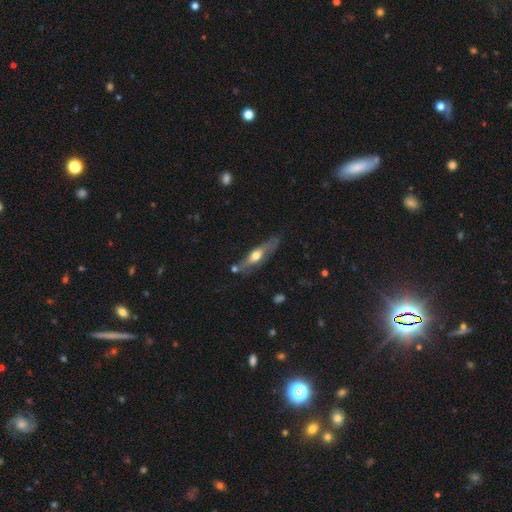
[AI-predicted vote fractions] A featured or disk galaxy (56%) viewed edge-on (80%).

Vote fractions:
- Smooth or featured? featured or disk: 56% / smooth: 38% / star or artifact: 6%
- Edge-on disk? yes: 80% / no: 20%
- Merging? none: 71% / minor disturbance: 18% / merger: 5% / major disturbance: 5%